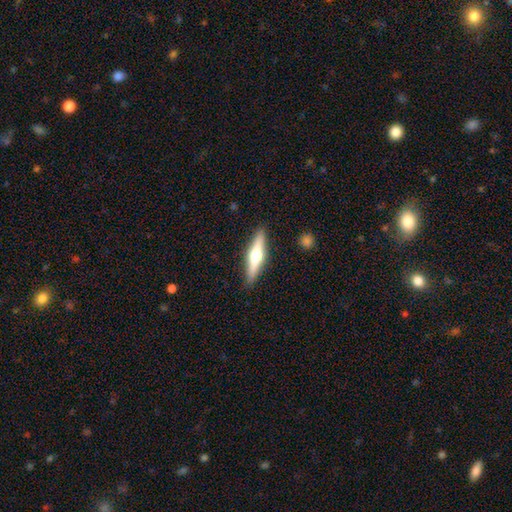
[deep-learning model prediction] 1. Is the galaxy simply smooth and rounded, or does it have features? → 59% featured or disk, 36% smooth, 5% star or artifact.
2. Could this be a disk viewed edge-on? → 96% yes, 4% no.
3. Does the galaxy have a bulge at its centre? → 94% rounded, 3% boxy, 3% none.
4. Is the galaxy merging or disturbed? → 90% none, 7% minor disturbance, 2% major disturbance, 1% merger.